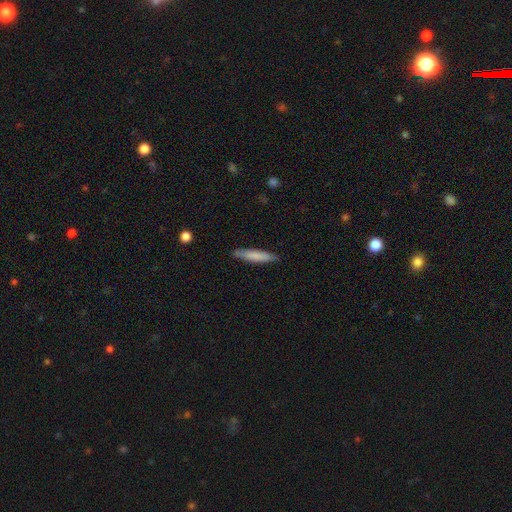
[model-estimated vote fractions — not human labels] A smooth galaxy with no disk features (77%) that is cigar-shaped (88%). Merging: none (86%).